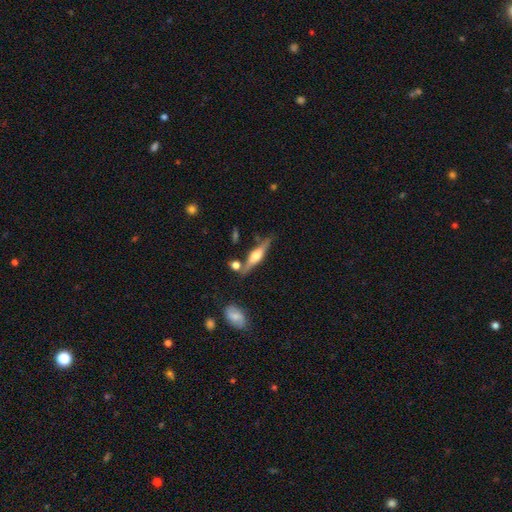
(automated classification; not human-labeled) This is likely a featured or disk galaxy (68%). It is clearly viewed edge-on (95%). Edge-on bulge: clearly rounded (90%). Merging: likely none (74%).